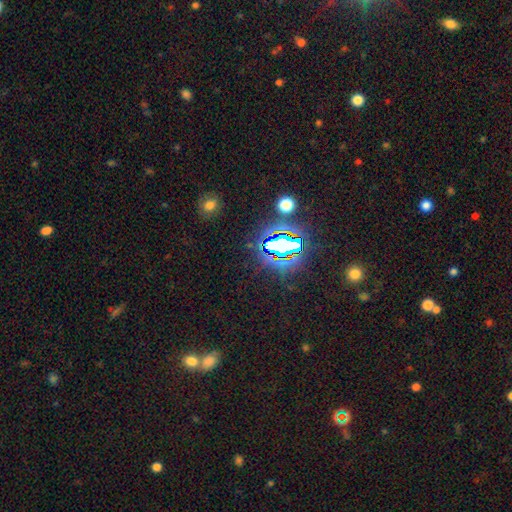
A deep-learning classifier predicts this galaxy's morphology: Smooth or featured: star or artifact — 78% (smooth — 14%)